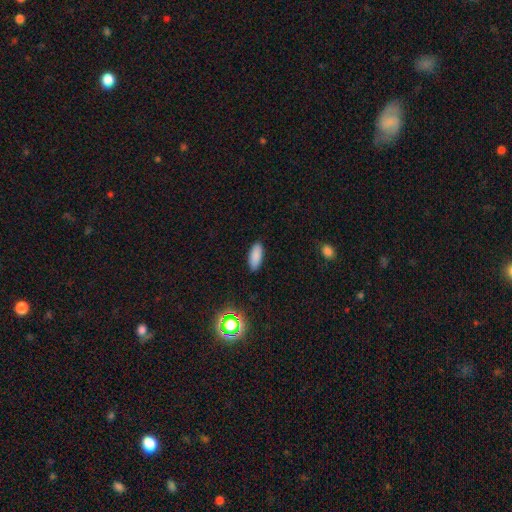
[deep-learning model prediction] smooth 87%, star or artifact 9%, featured or disk 4%. Down the decision tree: how rounded — in between (80%); merging — none (89%).